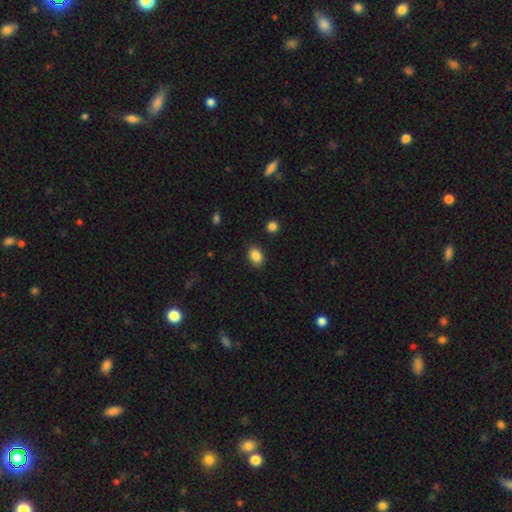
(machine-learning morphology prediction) Smooth or featured: smooth — 87% (star or artifact — 9%)
How rounded: in between — 77% (round — 22%)
Merging: none — 87% (minor disturbance — 9%)